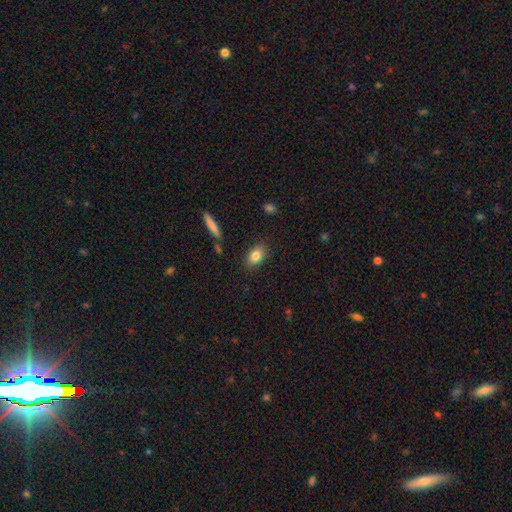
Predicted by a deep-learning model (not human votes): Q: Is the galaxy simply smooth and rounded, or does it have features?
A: smooth — 82%.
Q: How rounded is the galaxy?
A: in between — 85%.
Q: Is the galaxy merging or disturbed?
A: none — 85%.